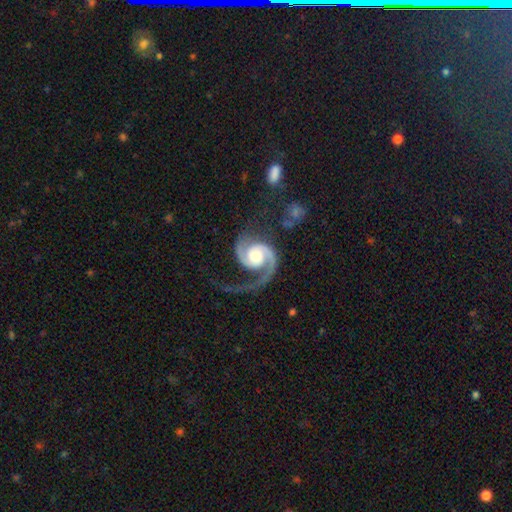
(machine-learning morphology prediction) A featured or disk galaxy (93%) with no bar (65%), 2 (85%) medium (52%) spiral arms (99%) and a moderate central bulge (54%).

Vote fractions:
- Smooth or featured? featured or disk: 93% / smooth: 4% / star or artifact: 3%
- Edge-on disk? no: 98% / yes: 2%
- Bar? no: 65% / weak: 27% / strong: 8%
- Spiral arms? yes: 99% / no: 1%
- Spiral winding? medium: 52% / tight: 26% / loose: 22%
- Spiral arm count? 2: 85% / 1: 10% / can't tell: 1% / 3: 1% / 4: 1% / more than 4: 1%
- Bulge size? moderate: 54% / large: 25% / small: 15% / none: 4% / dominant: 3%
- Merging? none: 51% / major disturbance: 27% / minor disturbance: 19% / merger: 3%